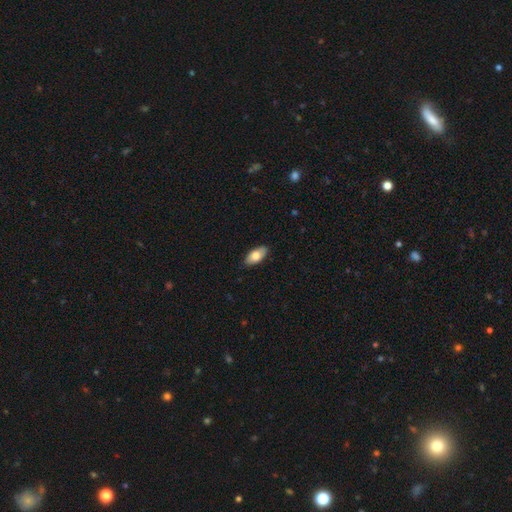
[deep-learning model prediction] Smooth or featured?
  - smooth: 80% *
  - featured or disk: 14%
  - star or artifact: 6%
How rounded?
  - in between: 91% *
  - cigar-shaped: 6%
  - round: 3%
Merging?
  - none: 87% *
  - minor disturbance: 11%
  - major disturbance: 2%
  - merger: 1%